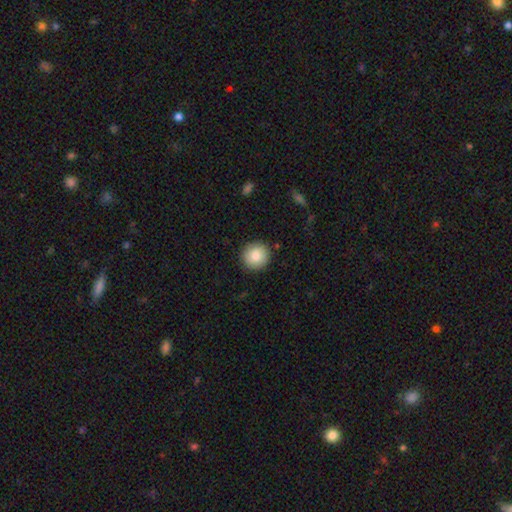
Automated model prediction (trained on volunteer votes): Smooth or featured? smooth (86%)
How rounded? round (92%)
Merging? none (90%)